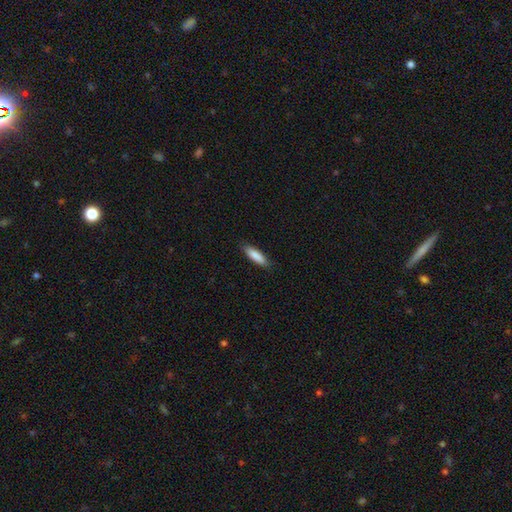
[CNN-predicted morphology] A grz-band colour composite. It shows a smooth galaxy with no disk features (86%) that is cigar-shaped (63%). Merging: none (87%).